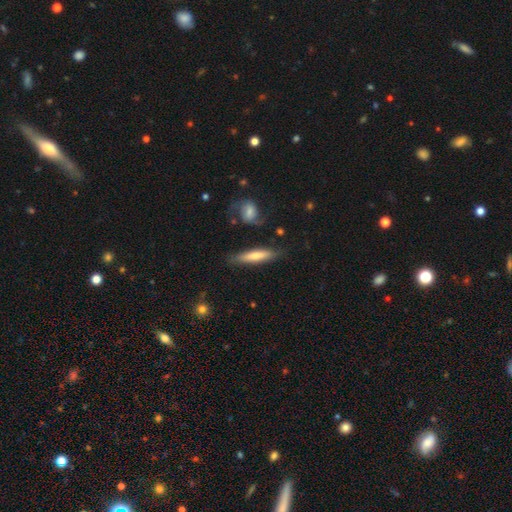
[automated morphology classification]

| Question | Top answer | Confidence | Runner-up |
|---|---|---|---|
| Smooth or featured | smooth | 64% | featured or disk (30%) |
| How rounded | cigar-shaped | 82% | in between (16%) |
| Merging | none | 76% | minor disturbance (15%) |